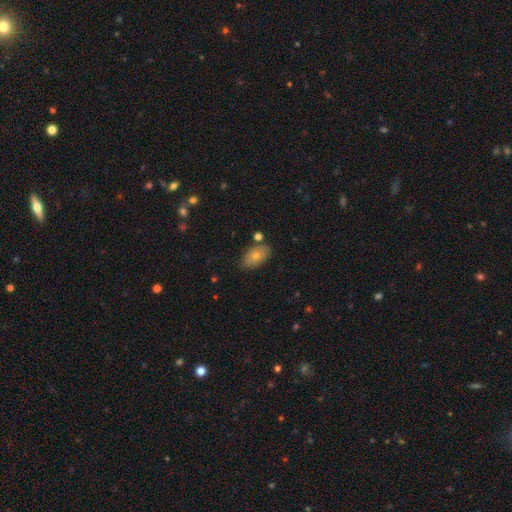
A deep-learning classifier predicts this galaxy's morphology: Q: Smooth or featured?
A: smooth (73%); runner-up: featured or disk (19%)
Q: How rounded?
A: in between (92%); runner-up: round (7%)
Q: Merging?
A: none (78%); runner-up: minor disturbance (14%)